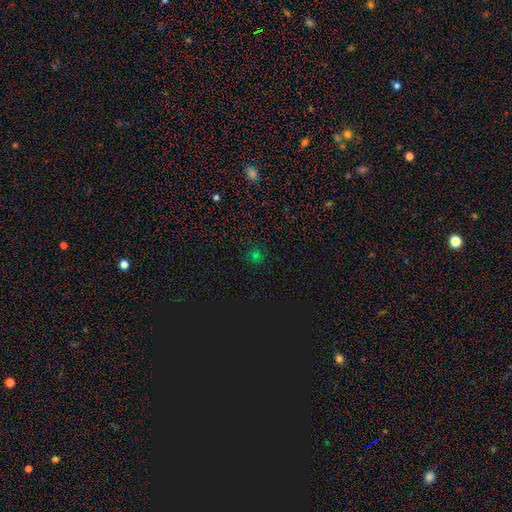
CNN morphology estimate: A smooth galaxy with no disk features (59%) that is round (88%).

Vote fractions:
- Smooth or featured? smooth: 59% / star or artifact: 35% / featured or disk: 5%
- How rounded? round: 88% / in between: 11% / cigar-shaped: 1%
- Merging? none: 86% / minor disturbance: 10% / major disturbance: 3% / merger: 2%